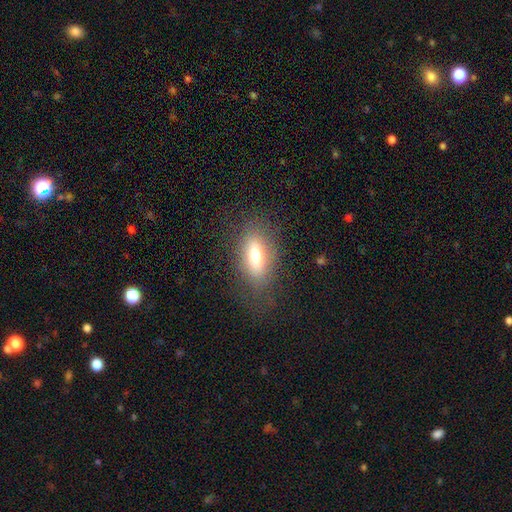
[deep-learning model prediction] Q: Smooth or featured?
A: smooth (66%); runner-up: featured or disk (24%)
Q: How rounded?
A: in between (80%); runner-up: cigar-shaped (14%)
Q: Merging?
A: none (77%); runner-up: minor disturbance (14%)